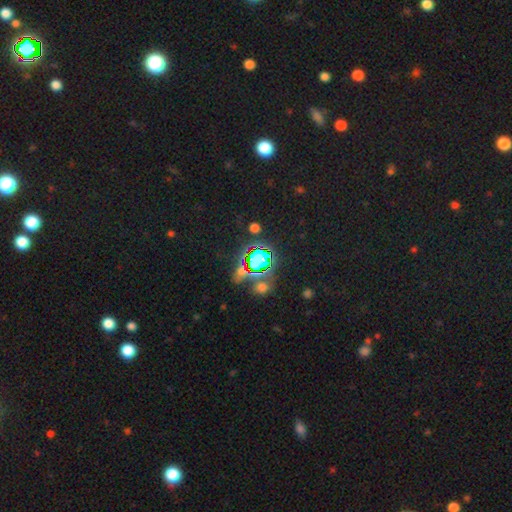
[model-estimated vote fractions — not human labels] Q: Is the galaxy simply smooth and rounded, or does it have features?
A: star or artifact — 63%.